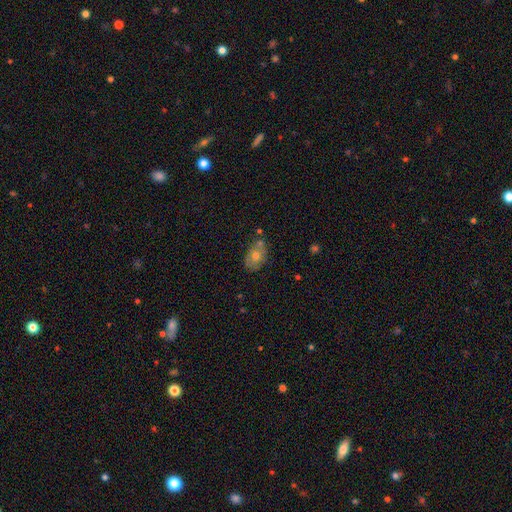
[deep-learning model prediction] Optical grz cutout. It shows a smooth galaxy with no disk features (59%) that is in between round and cigar-shaped (80%). Merging: none (58%).